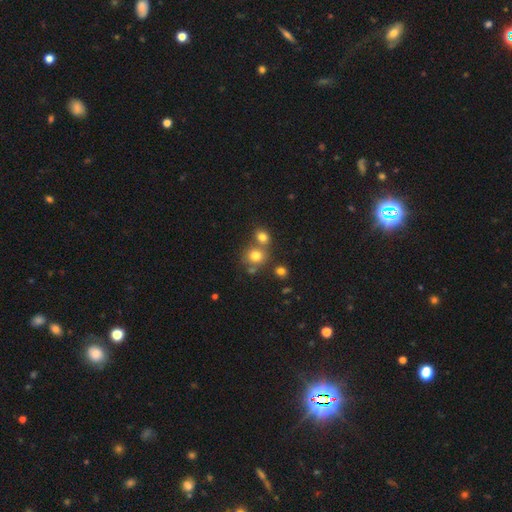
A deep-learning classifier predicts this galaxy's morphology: smooth-or-featured: smooth: 75% | star or artifact: 15% | featured or disk: 10%
  how-rounded: round: 81% | in between: 18% | cigar-shaped: 1%
  merging: none: 54% | merger: 34% | minor disturbance: 9% | major disturbance: 4%